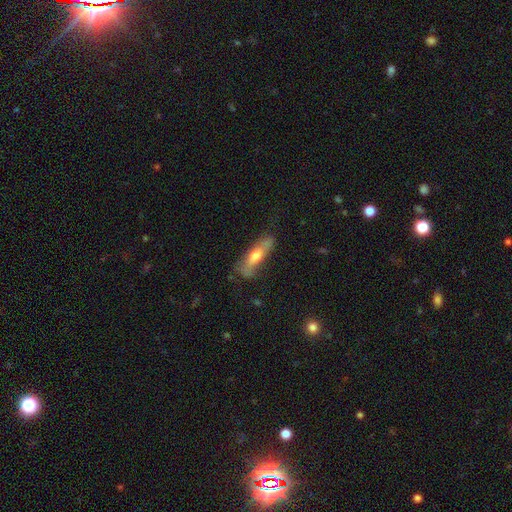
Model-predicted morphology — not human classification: Smooth or featured? Predicted: smooth (p=0.56). How rounded? Predicted: cigar-shaped (p=0.61). Merging? Predicted: none (p=0.63).